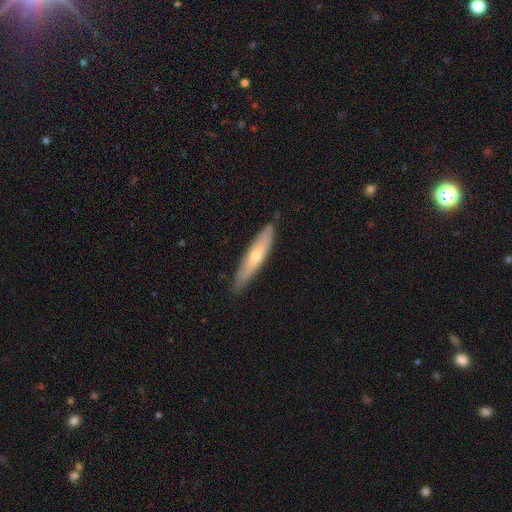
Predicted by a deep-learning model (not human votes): smooth_or_featured: smooth (p=0.53) [alt: featured or disk p=0.41]
how_rounded: cigar-shaped (p=0.85) [alt: in between p=0.14]
merging: none (p=0.83) [alt: minor disturbance p=0.13]